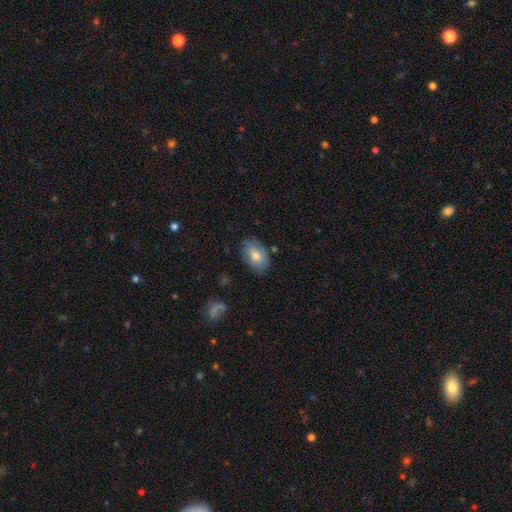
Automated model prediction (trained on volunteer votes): Smooth or featured? Predicted: smooth (p=0.71). How rounded? Predicted: in between (p=0.88). Merging? Predicted: none (p=0.74).